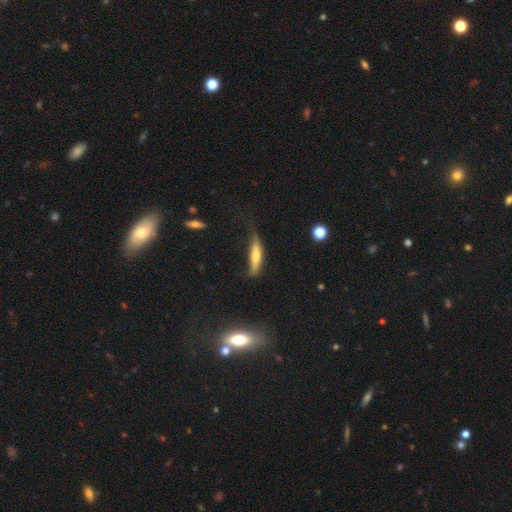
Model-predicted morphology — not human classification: Q: Smooth or featured?
A: smooth (62%); runner-up: featured or disk (31%)
Q: How rounded?
A: cigar-shaped (78%); runner-up: in between (20%)
Q: Merging?
A: none (42%); runner-up: minor disturbance (37%)